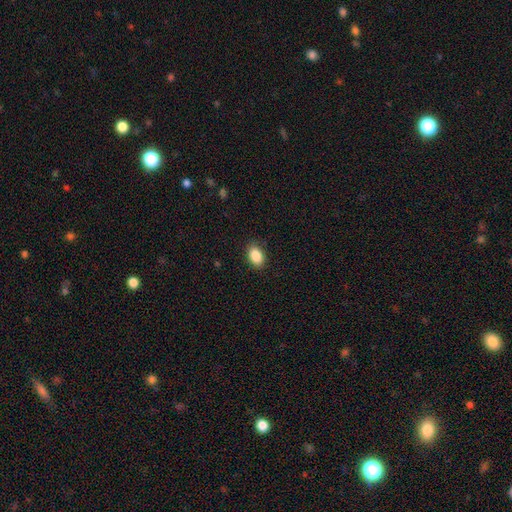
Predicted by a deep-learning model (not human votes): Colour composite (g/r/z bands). It shows a smooth galaxy with no disk features (88%) that is in between round and cigar-shaped (85%). Merging: none (87%).